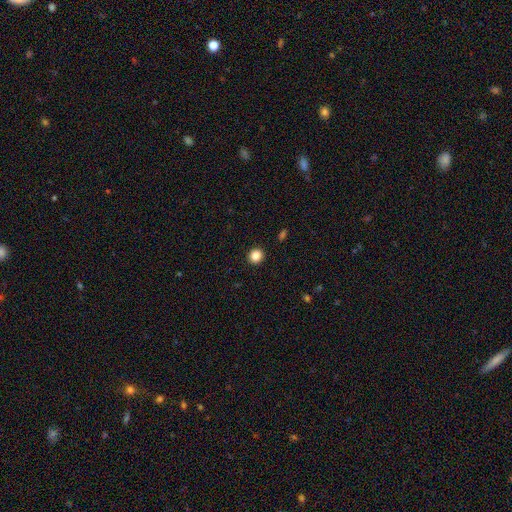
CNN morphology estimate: A smooth galaxy with no disk features (86%) that is round (87%). Merging: none (92%).